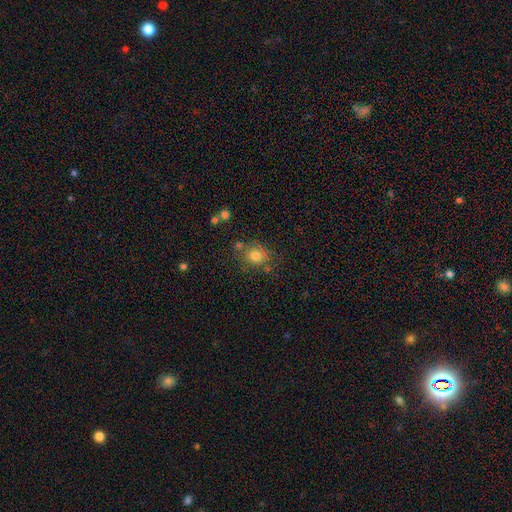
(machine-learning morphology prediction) Smooth or featured? smooth (78%)
How rounded? round (76%)
Merging? none (72%)